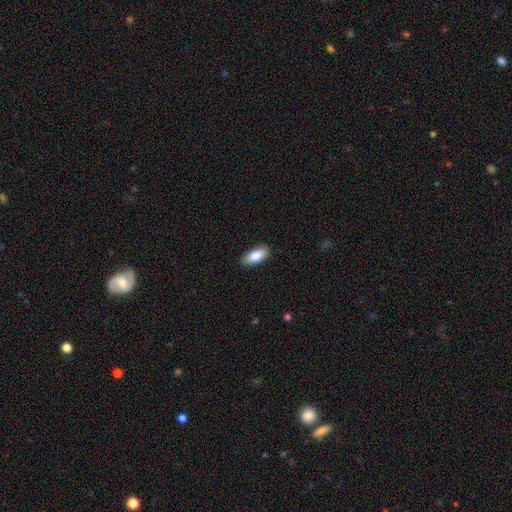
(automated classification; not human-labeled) Overall: smooth (87%). How rounded: in between (84%). Merging: none (86%).